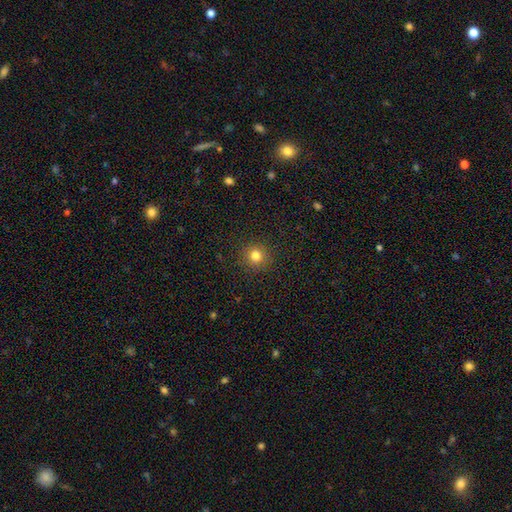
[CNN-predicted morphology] This appears to be a smooth galaxy with no disk features (81%) that is round (93%). Merging: none (91%).